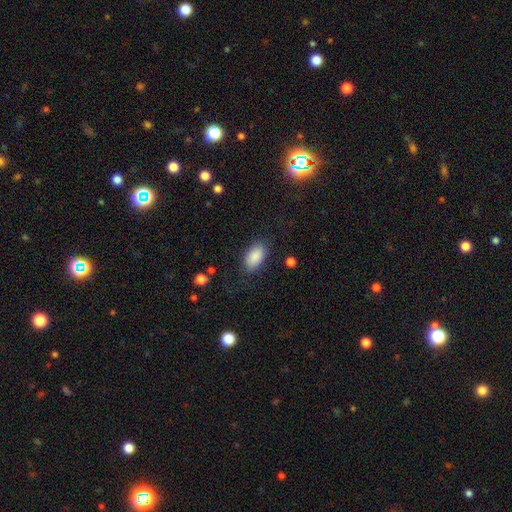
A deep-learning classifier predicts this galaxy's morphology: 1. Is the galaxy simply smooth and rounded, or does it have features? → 89% smooth, 7% star or artifact, 4% featured or disk.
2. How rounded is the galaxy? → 93% in between, 4% round, 2% cigar-shaped.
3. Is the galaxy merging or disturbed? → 82% none, 12% minor disturbance, 4% major disturbance, 1% merger.